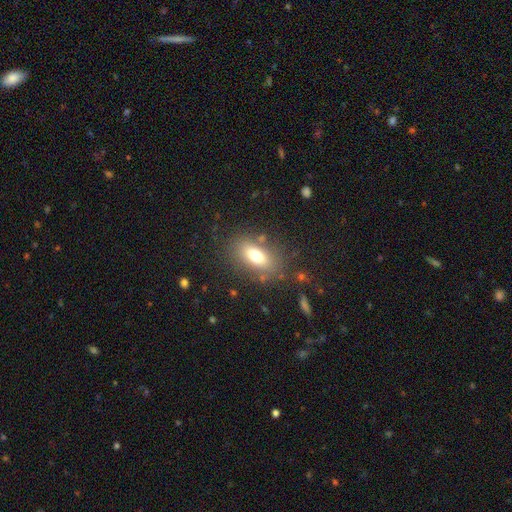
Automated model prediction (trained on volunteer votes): Smooth or featured? Predicted: smooth (p=0.73). How rounded? Predicted: in between (p=0.83). Merging? Predicted: none (p=0.79).